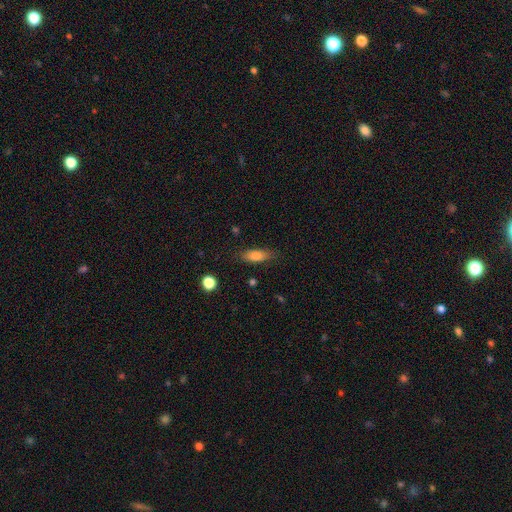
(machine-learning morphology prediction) A smooth galaxy with no disk features (77%) that is in between round and cigar-shaped (69%). Merging: none (80%).